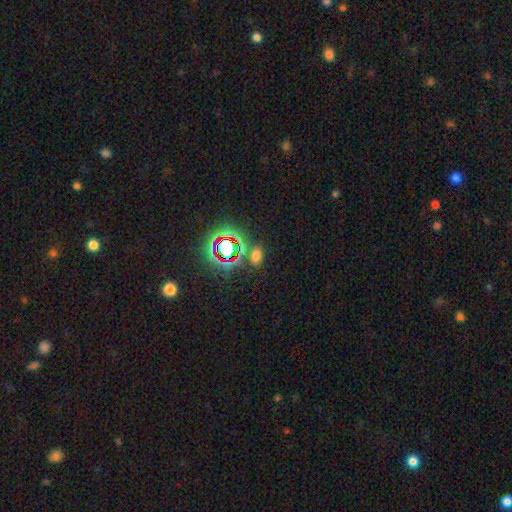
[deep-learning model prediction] smooth 56%, star or artifact 35%, featured or disk 9%. Down the decision tree: how rounded — in between (74%); merging — none (76%).